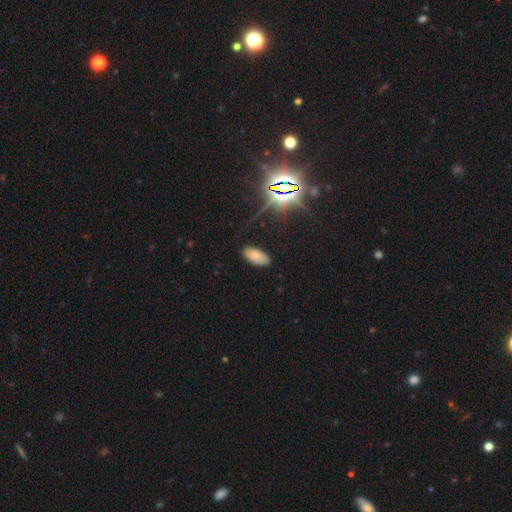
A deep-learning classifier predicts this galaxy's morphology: Q: Smooth or featured?
A: smooth (75%); runner-up: star or artifact (15%)
Q: How rounded?
A: in between (94%); runner-up: cigar-shaped (4%)
Q: Merging?
A: none (84%); runner-up: minor disturbance (12%)